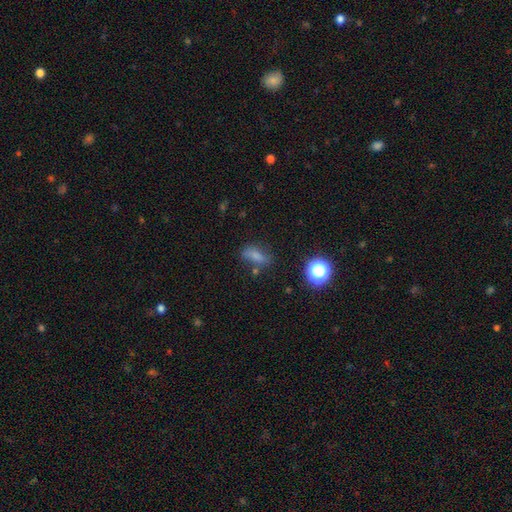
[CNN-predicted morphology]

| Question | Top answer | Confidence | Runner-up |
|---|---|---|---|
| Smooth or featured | smooth | 70% | star or artifact (17%) |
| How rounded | in between | 71% | cigar-shaped (19%) |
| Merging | none | 60% | minor disturbance (23%) |